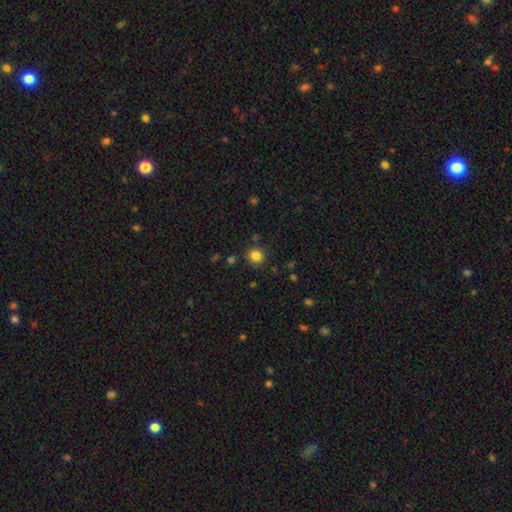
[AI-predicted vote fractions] A smooth galaxy with no disk features (83%) that is round (89%). Merging: none (86%).